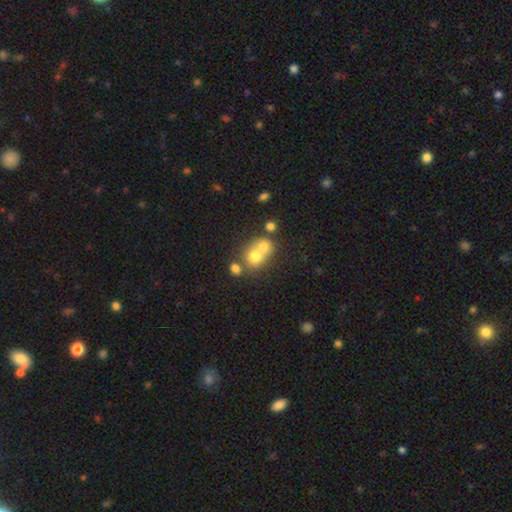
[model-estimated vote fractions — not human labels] smooth 68%, featured or disk 19%, star or artifact 13%. Down the decision tree: how rounded — round (73%); merging — merger (61%).